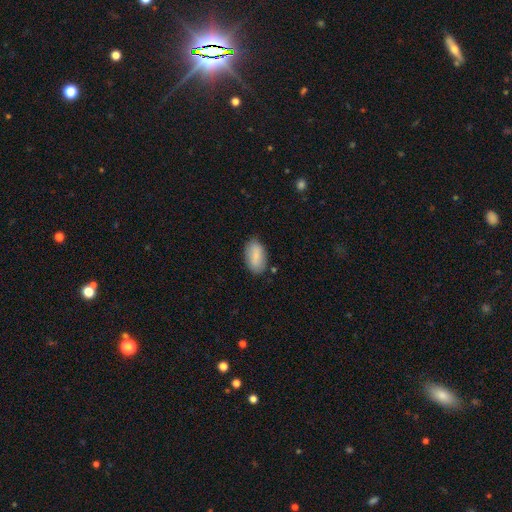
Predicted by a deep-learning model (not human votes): Overall: smooth (83%). How rounded: in between (93%). Merging: none (81%).